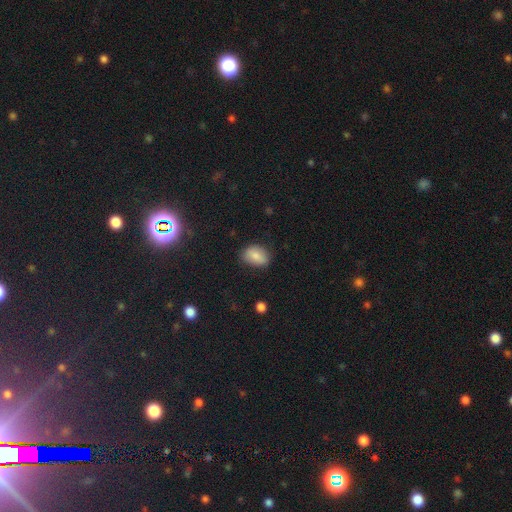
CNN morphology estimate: type=smooth (83%); roundness=in between (76%); merging=none (77%).